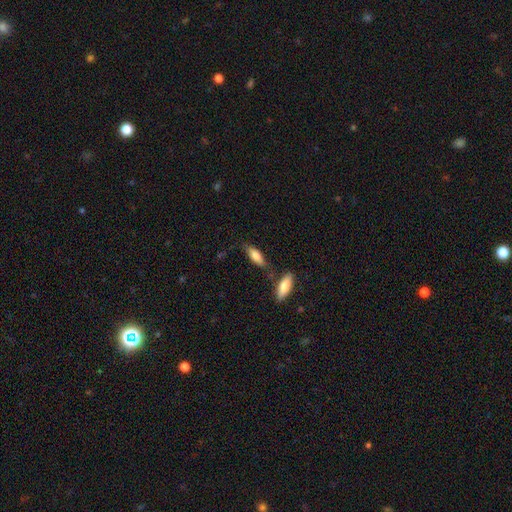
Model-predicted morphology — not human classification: This appears to be a smooth galaxy with no disk features (75%) that is in between round and cigar-shaped (64%). Merging: none (64%).